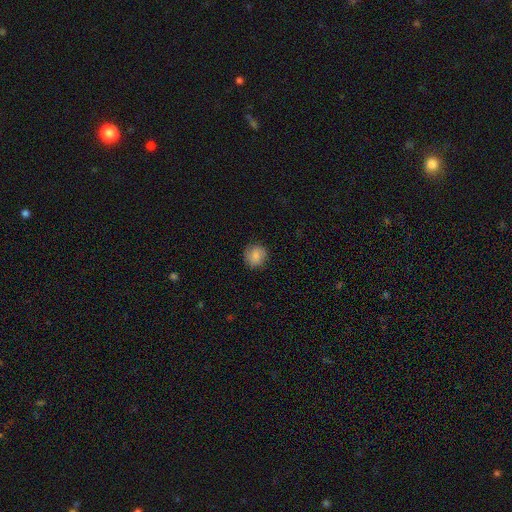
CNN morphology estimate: A smooth galaxy with no disk features (83%) that is round (88%).

Vote fractions:
- Smooth or featured? smooth: 83% / featured or disk: 9% / star or artifact: 8%
- How rounded? round: 88% / in between: 11% / cigar-shaped: 1%
- Merging? none: 86% / minor disturbance: 10% / major disturbance: 3% / merger: 1%